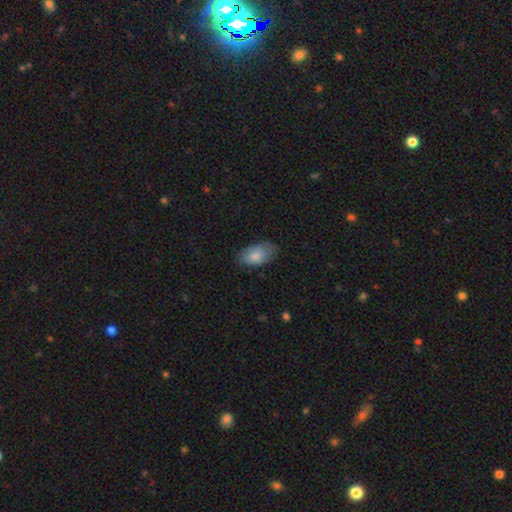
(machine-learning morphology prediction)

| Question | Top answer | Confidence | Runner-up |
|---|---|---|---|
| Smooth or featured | smooth | 80% | featured or disk (14%) |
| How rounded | in between | 94% | round (4%) |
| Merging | none | 68% | minor disturbance (25%) |